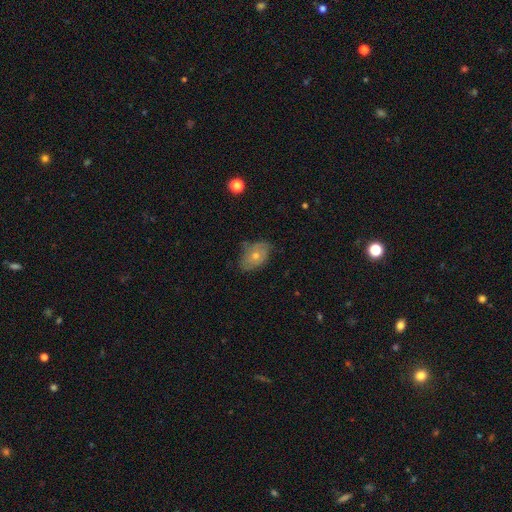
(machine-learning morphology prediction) featured or disk 44% (tied), smooth 44% (tied), star or artifact 13%. Down the decision tree: merging — none (69%).